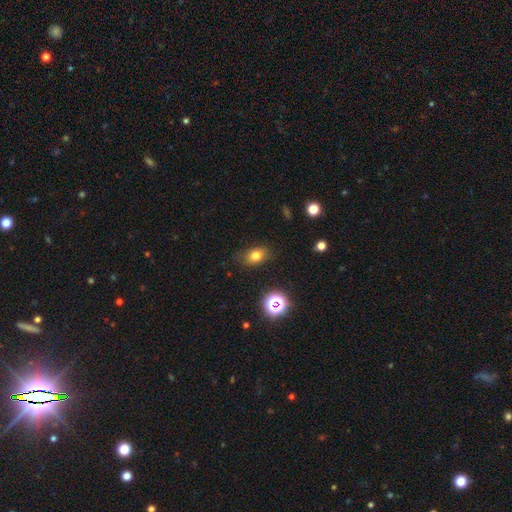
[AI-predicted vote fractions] Smooth or featured?
  - smooth: 75% *
  - star or artifact: 14%
  - featured or disk: 11%
How rounded?
  - in between: 78% *
  - round: 20%
  - cigar-shaped: 2%
Merging?
  - none: 82% *
  - minor disturbance: 13%
  - major disturbance: 3%
  - merger: 2%